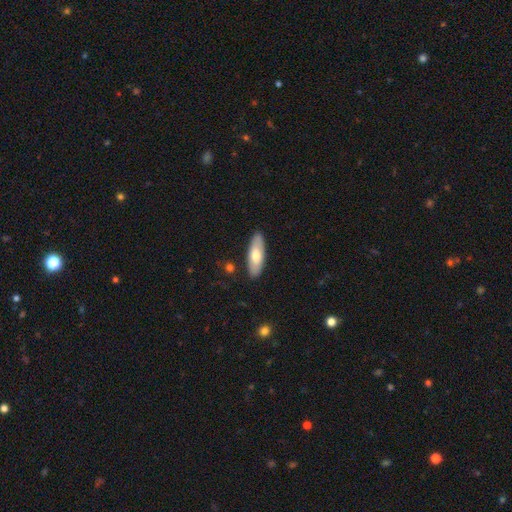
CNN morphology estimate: smooth 68%, featured or disk 27%, star or artifact 5%. Down the decision tree: how rounded — in between (63%); merging — none (87%).